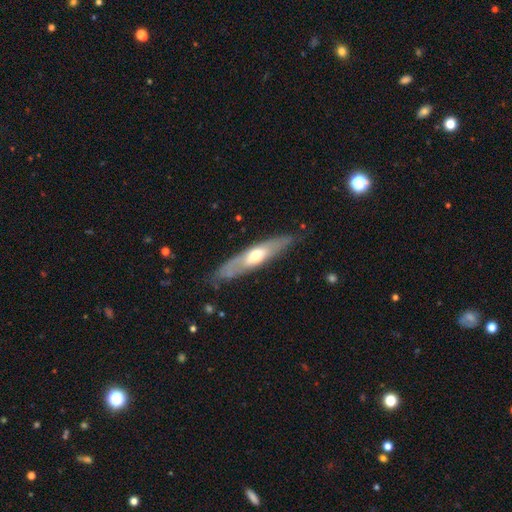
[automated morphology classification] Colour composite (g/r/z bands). It shows a featured or disk galaxy (56%) viewed edge-on (59%). Merging: none (79%).